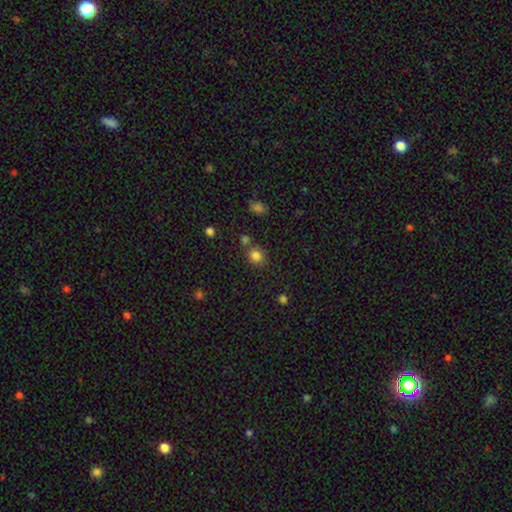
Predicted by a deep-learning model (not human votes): smooth 82%, star or artifact 13%, featured or disk 5%. Down the decision tree: how rounded — round (82%); merging — none (71%).